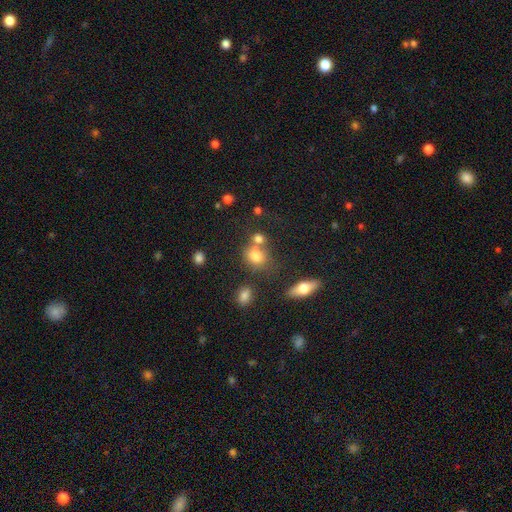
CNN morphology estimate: type=smooth (72%); roundness=round (52%); merging=none (48%).